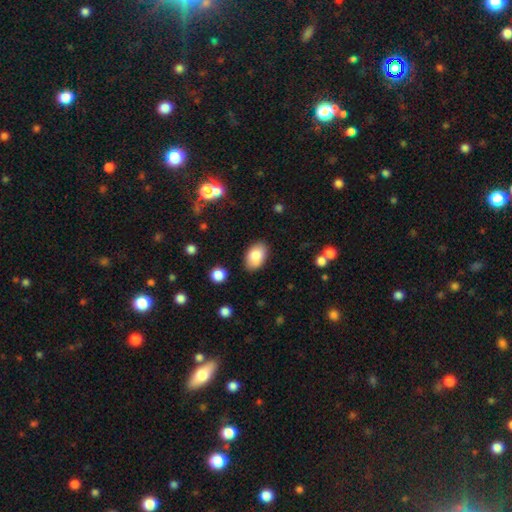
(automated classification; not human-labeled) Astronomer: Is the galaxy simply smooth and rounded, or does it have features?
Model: smooth — 84%.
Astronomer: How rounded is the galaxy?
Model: in between — 92%.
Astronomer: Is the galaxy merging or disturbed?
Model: none — 81%.